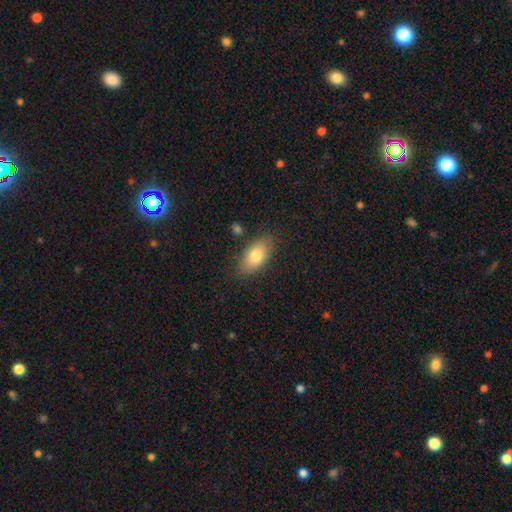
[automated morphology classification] A smooth galaxy with no disk features (77%) that is in between round and cigar-shaped (88%).

Vote fractions:
- Smooth or featured? smooth: 77% / featured or disk: 16% / star or artifact: 7%
- How rounded? in between: 88% / cigar-shaped: 7% / round: 5%
- Merging? none: 82% / minor disturbance: 13% / major disturbance: 3% / merger: 2%